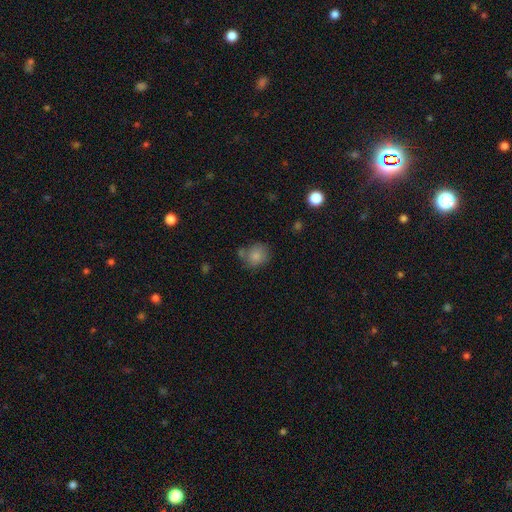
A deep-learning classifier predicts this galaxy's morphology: smooth_or_featured: smooth (p=0.82) [alt: star or artifact p=0.09]
how_rounded: round (p=0.70) [alt: in between p=0.29]
merging: none (p=0.58) [alt: minor disturbance p=0.18]